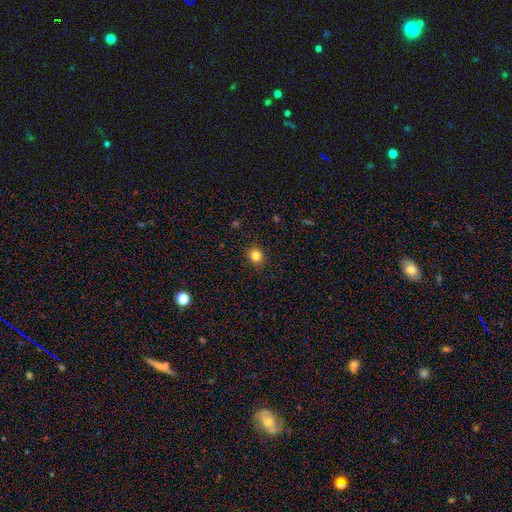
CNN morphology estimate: Smooth or featured: smooth — 83% (star or artifact — 13%)
How rounded: round — 83% (in between — 16%)
Merging: none — 91% (minor disturbance — 7%)